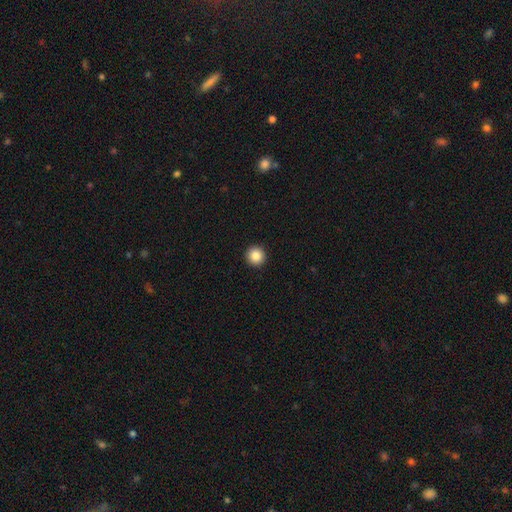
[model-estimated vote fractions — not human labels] smooth 87%, star or artifact 9%, featured or disk 4%. Down the decision tree: how rounded — round (95%); merging — none (94%).